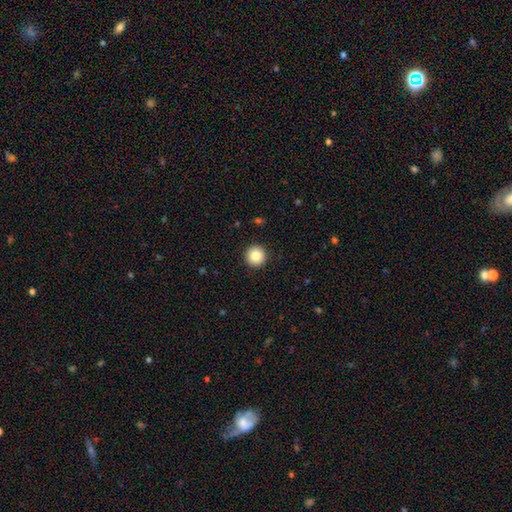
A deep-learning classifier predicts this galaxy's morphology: Smooth or featured?
  - smooth: 85% *
  - star or artifact: 10%
  - featured or disk: 6%
How rounded?
  - round: 96% *
  - in between: 3%
  - cigar-shaped: 1%
Merging?
  - none: 93% *
  - minor disturbance: 5%
  - major disturbance: 2%
  - merger: 1%